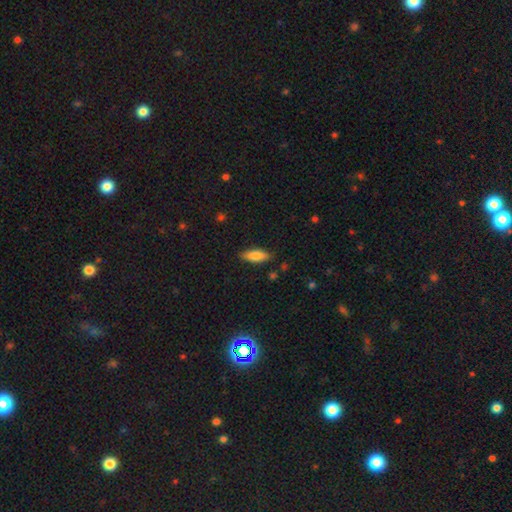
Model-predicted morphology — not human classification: Smooth or featured?
  - smooth: 81% *
  - featured or disk: 13%
  - star or artifact: 6%
How rounded?
  - in between: 66% *
  - cigar-shaped: 32%
  - round: 2%
Merging?
  - none: 83% *
  - minor disturbance: 12%
  - major disturbance: 3%
  - merger: 1%